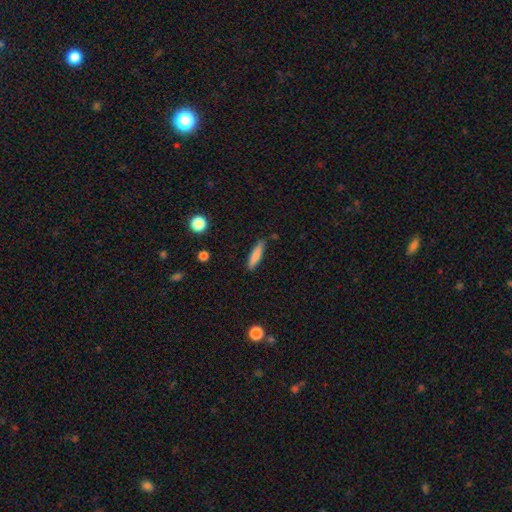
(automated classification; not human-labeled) Smooth or featured? Predicted: smooth (p=0.79). How rounded? Predicted: cigar-shaped (p=0.82). Merging? Predicted: none (p=0.83).